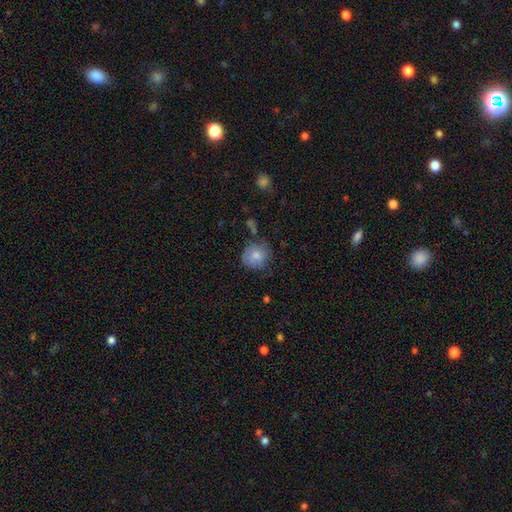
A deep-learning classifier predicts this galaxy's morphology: Q: Smooth or featured?
A: smooth (77%); runner-up: featured or disk (15%)
Q: How rounded?
A: round (82%); runner-up: in between (17%)
Q: Merging?
A: none (61%); runner-up: minor disturbance (26%)